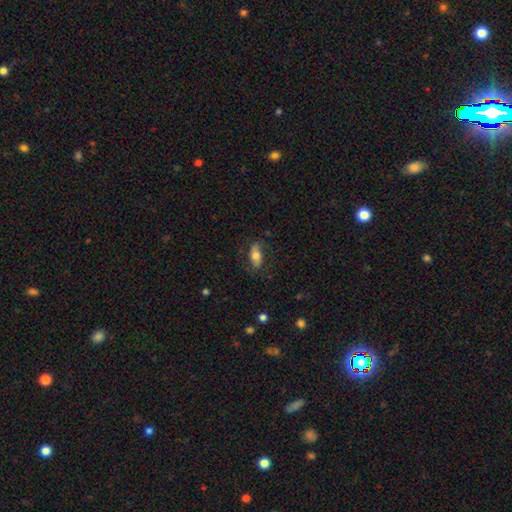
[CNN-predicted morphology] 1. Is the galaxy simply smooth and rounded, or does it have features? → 64% smooth, 29% featured or disk, 7% star or artifact.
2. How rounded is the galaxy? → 82% in between, 13% cigar-shaped, 5% round.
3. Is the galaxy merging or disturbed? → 72% none, 18% minor disturbance, 8% major disturbance, 1% merger.